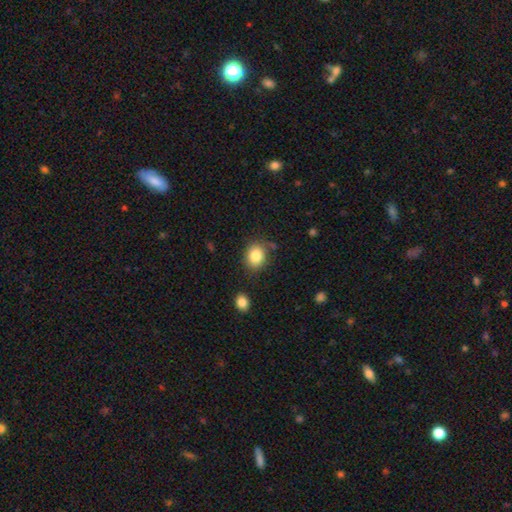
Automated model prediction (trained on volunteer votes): smooth-or-featured: smooth: 84% | star or artifact: 9% | featured or disk: 7%
  how-rounded: round: 62% | in between: 37% | cigar-shaped: 1%
  merging: none: 78% | minor disturbance: 14% | merger: 5% | major disturbance: 4%